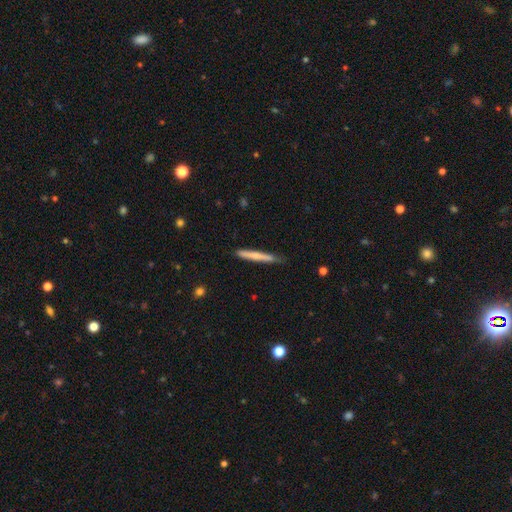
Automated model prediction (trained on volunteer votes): This is likely a smooth galaxy (65%). How rounded: clearly cigar-shaped (96%). Merging: likely none (77%).